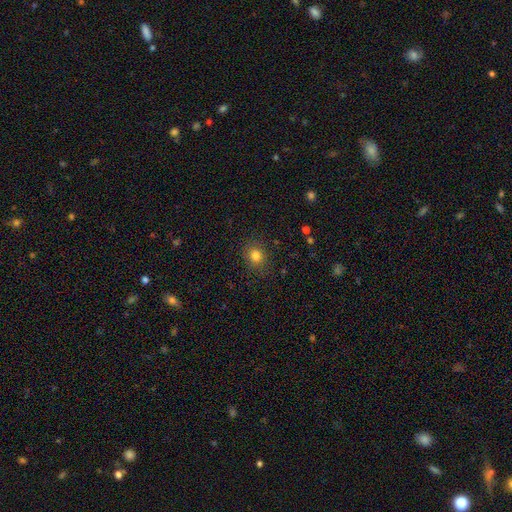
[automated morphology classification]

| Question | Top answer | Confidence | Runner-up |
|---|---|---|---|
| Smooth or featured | smooth | 81% | star or artifact (13%) |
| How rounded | round | 72% | in between (28%) |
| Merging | none | 87% | minor disturbance (9%) |